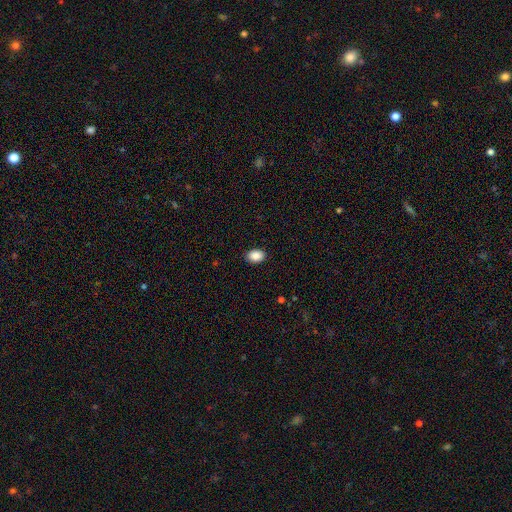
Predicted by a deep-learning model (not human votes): Q: Smooth or featured?
A: smooth (88%); runner-up: star or artifact (8%)
Q: How rounded?
A: in between (80%); runner-up: round (19%)
Q: Merging?
A: none (90%); runner-up: minor disturbance (7%)